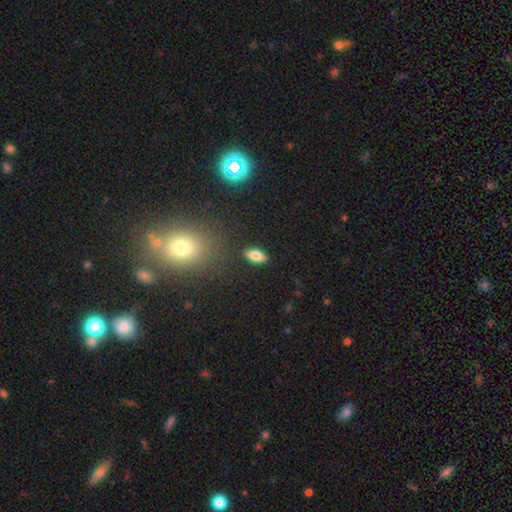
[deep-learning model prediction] smooth 78%, featured or disk 13%, star or artifact 9%. Down the decision tree: how rounded — in between (86%); merging — none (88%).